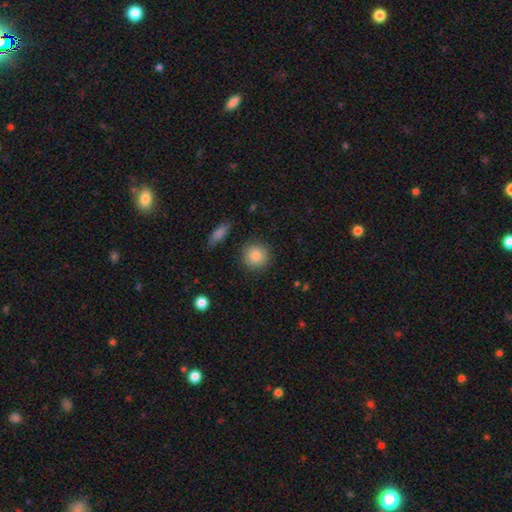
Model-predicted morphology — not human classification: smooth 87%, star or artifact 8%, featured or disk 5%. Down the decision tree: how rounded — round (91%); merging — none (88%).